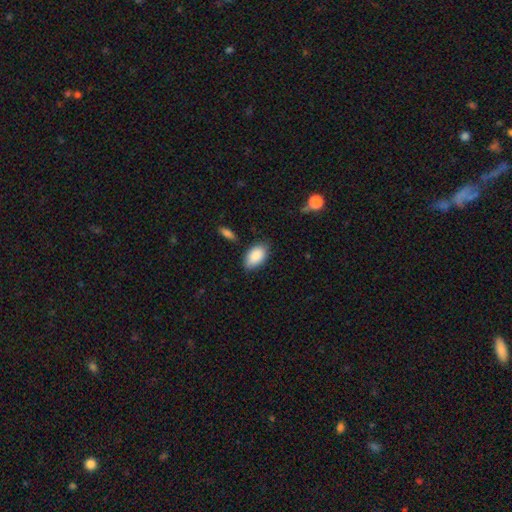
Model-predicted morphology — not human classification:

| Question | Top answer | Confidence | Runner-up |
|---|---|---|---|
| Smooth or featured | smooth | 89% | star or artifact (6%) |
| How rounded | in between | 93% | round (5%) |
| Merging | none | 77% | minor disturbance (17%) |